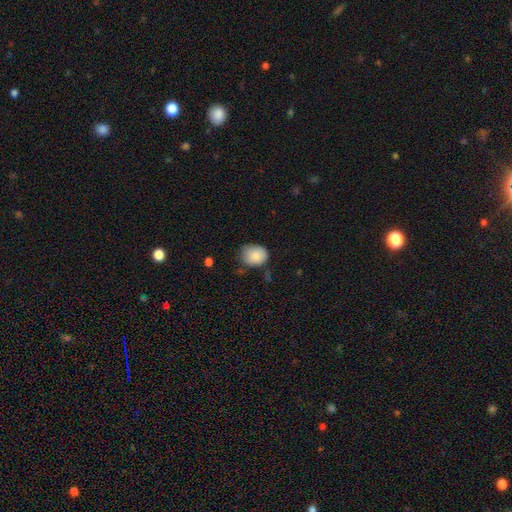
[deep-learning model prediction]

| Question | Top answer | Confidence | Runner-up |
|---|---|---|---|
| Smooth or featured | smooth | 85% | star or artifact (8%) |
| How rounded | round | 57% | in between (43%) |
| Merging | none | 61% | minor disturbance (30%) |